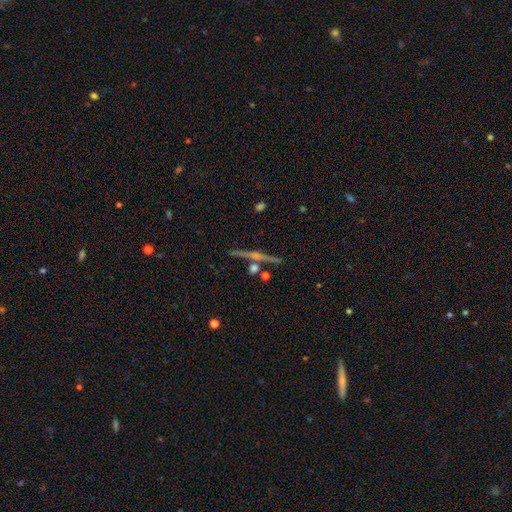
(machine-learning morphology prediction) Smooth or featured: featured or disk — 79% (smooth — 13%)
Edge-on disk: yes — 98% (no — 2%)
Edge-on bulge: rounded — 74% (none — 18%)
Merging: none — 86% (minor disturbance — 7%)